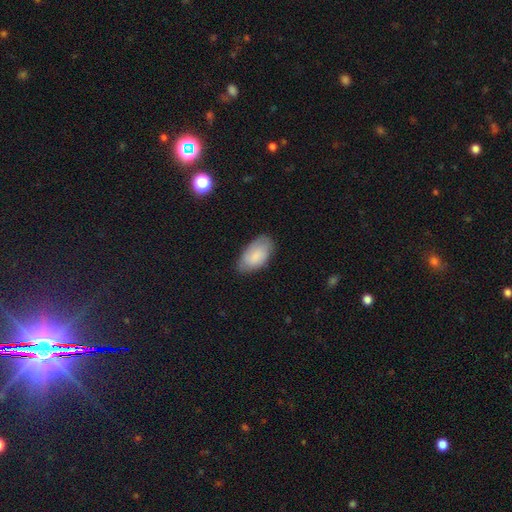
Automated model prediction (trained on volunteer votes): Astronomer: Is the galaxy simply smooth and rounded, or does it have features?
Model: smooth — 80%.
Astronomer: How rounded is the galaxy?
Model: in between — 95%.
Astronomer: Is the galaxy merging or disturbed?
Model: none — 72%.